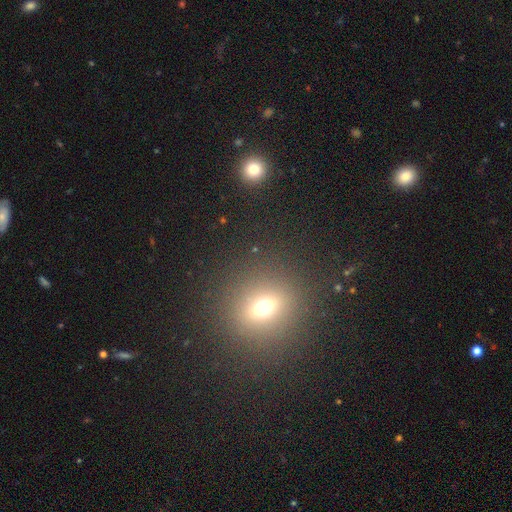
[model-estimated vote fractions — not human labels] This appears to be a smooth galaxy with no disk features (53%) that is round (73%). Merging: none (91%).